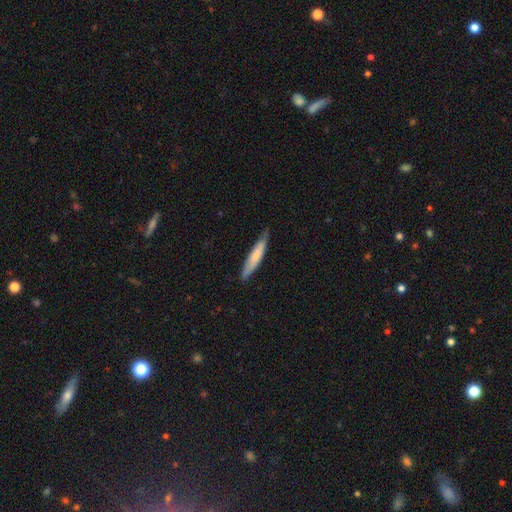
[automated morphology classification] This appears to be a smooth galaxy with no disk features (68%) that is cigar-shaped (89%). Merging: none (77%).